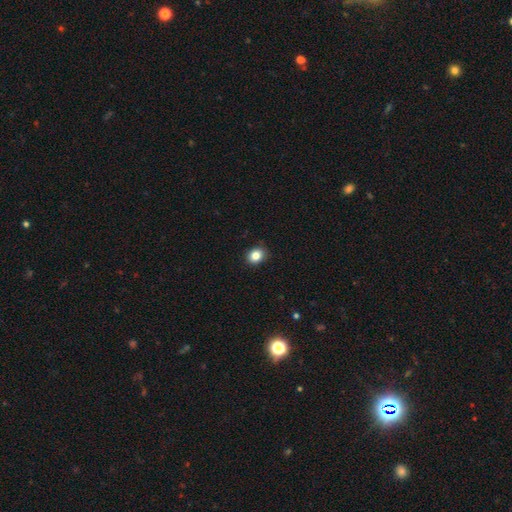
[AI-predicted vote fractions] Overall: smooth (84%). How rounded: round (59%; in between 40%). Merging: none (90%).